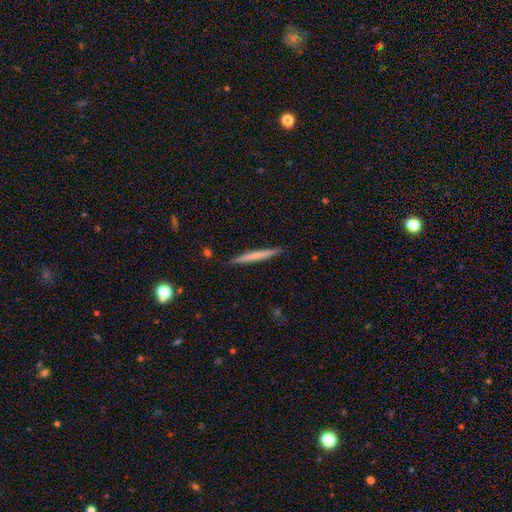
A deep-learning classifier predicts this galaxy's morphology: Smooth or featured: smooth — 57% (featured or disk — 37%)
How rounded: cigar-shaped — 97% (in between — 2%)
Merging: none — 91% (minor disturbance — 6%)